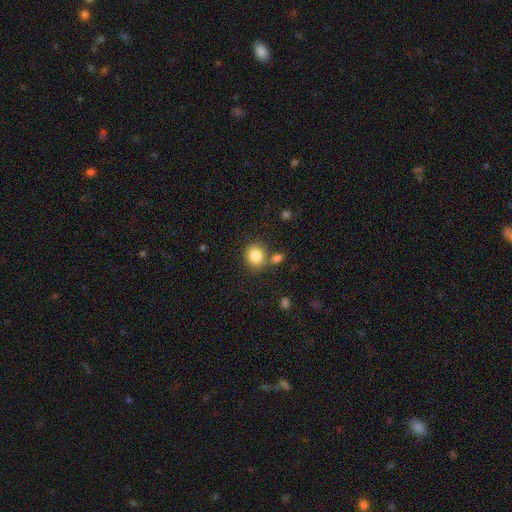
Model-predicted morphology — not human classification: Overall: smooth (83%). How rounded: round (69%; in between 30%). Merging: none (69%).